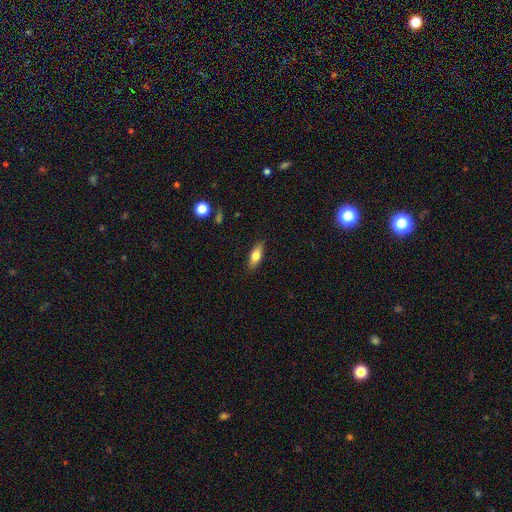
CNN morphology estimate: smooth_or_featured: smooth (p=0.70) [alt: featured or disk p=0.23]
how_rounded: in between (p=0.72) [alt: cigar-shaped p=0.25]
merging: none (p=0.87) [alt: minor disturbance p=0.10]